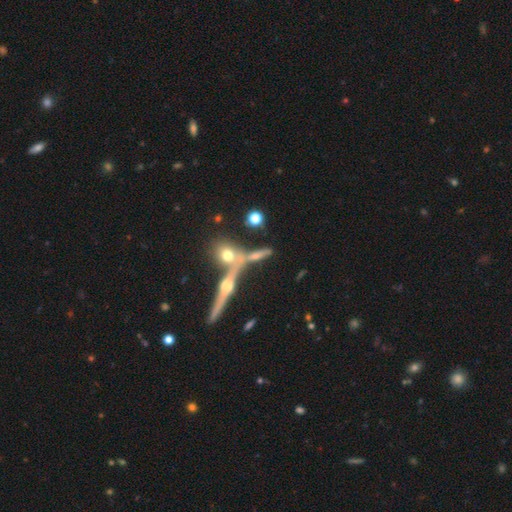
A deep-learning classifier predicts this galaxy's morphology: type=smooth (45%); merging=none (53%).